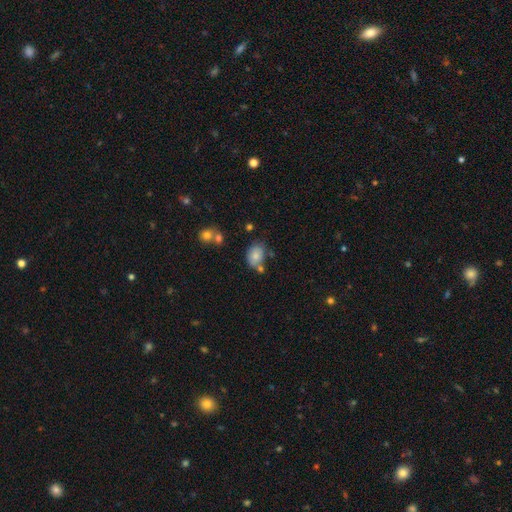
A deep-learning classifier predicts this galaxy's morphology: Q: Smooth or featured?
A: smooth (77%); runner-up: featured or disk (14%)
Q: How rounded?
A: in between (70%); runner-up: round (29%)
Q: Merging?
A: none (50%); runner-up: minor disturbance (24%)